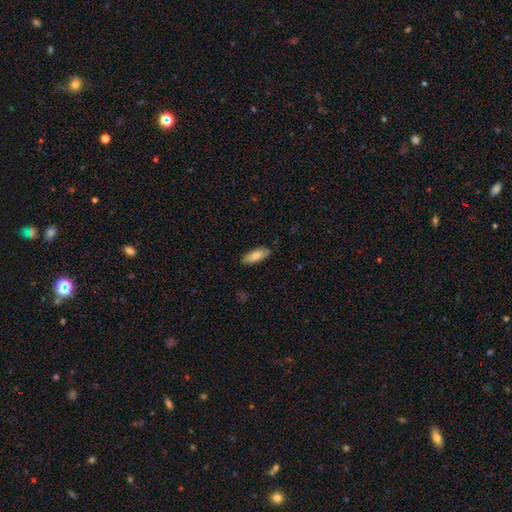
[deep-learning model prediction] Overall: smooth (83%). How rounded: in between (77%). Merging: none (82%).